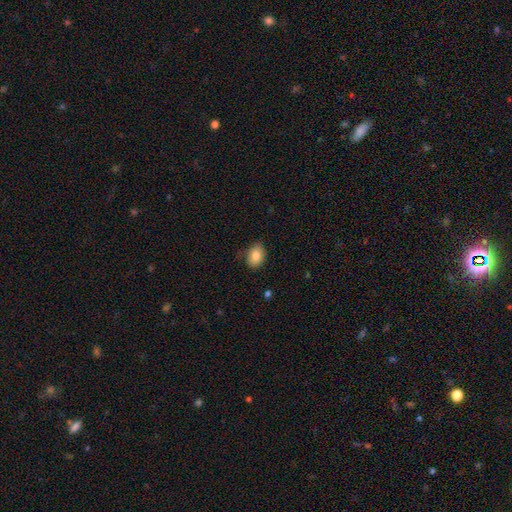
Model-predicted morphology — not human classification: The model was most divided on "merging": none: 72%, minor disturbance: 22%, major disturbance: 4%, merger: 1%. More confident: smooth or featured — smooth (84%); how rounded — in between (77%).